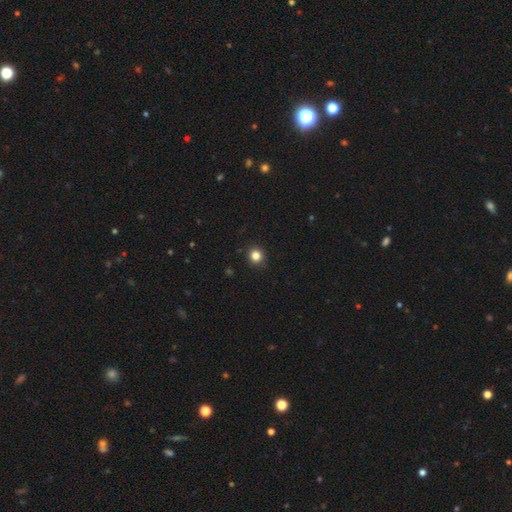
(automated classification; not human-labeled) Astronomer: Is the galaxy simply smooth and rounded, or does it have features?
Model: smooth — 83%.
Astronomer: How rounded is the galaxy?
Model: round — 90%.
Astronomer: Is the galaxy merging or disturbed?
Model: none — 91%.